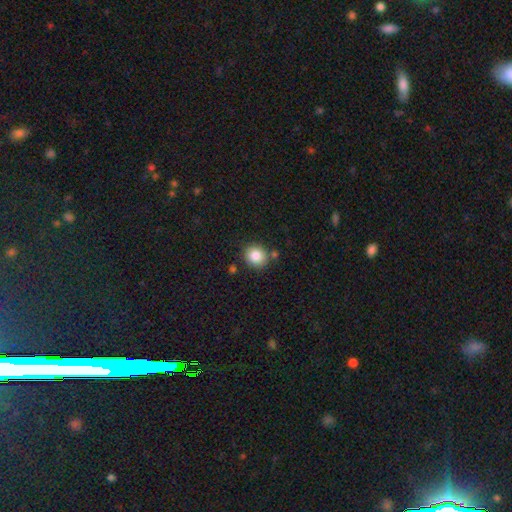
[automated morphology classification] smooth-or-featured: smooth: 85% | star or artifact: 10% | featured or disk: 6%
  how-rounded: round: 80% | in between: 19% | cigar-shaped: 1%
  merging: none: 80% | minor disturbance: 10% | merger: 7% | major disturbance: 3%